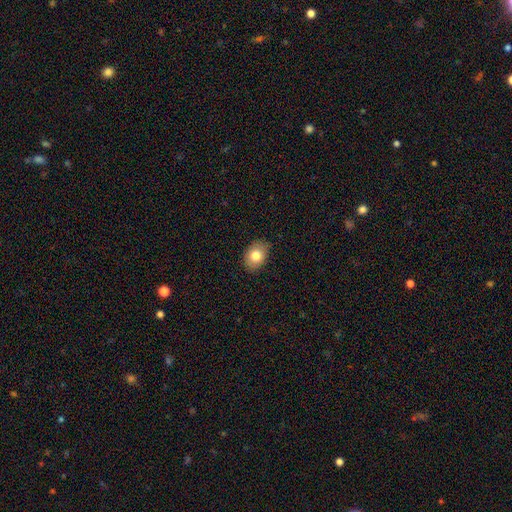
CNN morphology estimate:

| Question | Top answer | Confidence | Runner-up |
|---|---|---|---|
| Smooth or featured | smooth | 80% | featured or disk (12%) |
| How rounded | in between | 73% | round (26%) |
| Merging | none | 84% | minor disturbance (13%) |